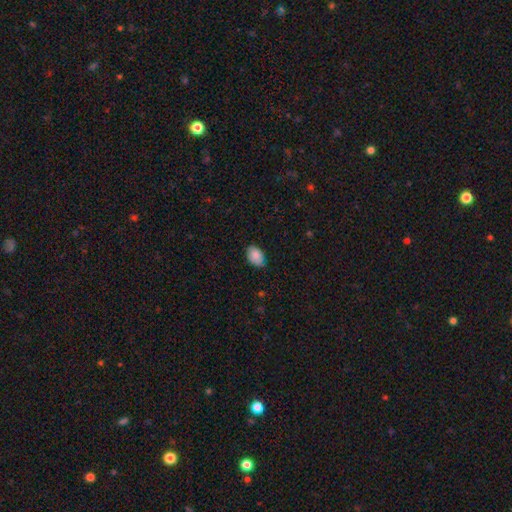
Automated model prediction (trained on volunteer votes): This is clearly a smooth galaxy (85%). How rounded: clearly in between (87%). Merging: likely none (77%).